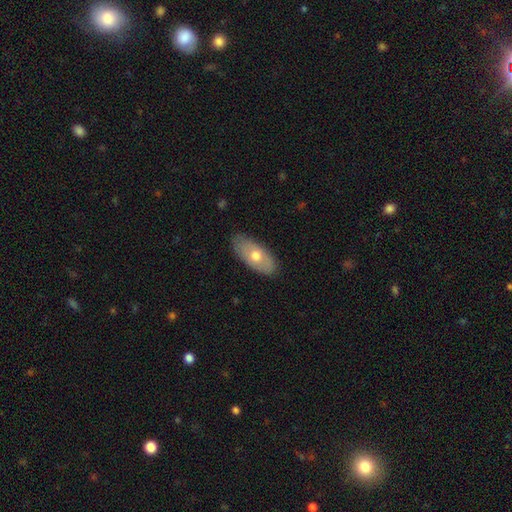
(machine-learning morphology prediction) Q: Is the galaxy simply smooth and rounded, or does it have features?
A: smooth — 58%.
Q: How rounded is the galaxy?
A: in between — 89%.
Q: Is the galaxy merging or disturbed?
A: none — 81%.